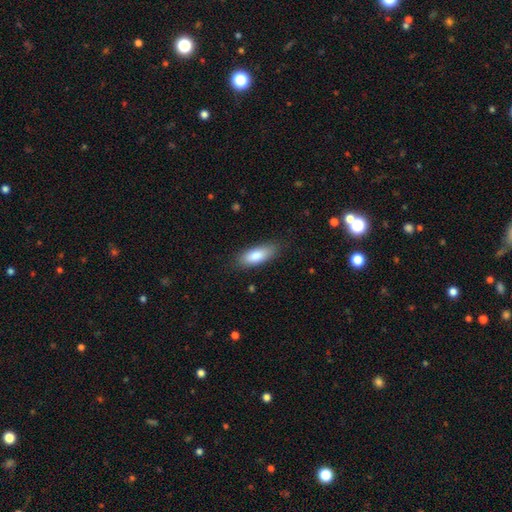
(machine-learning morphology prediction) This appears to be a smooth galaxy with no disk features (84%) that is in between round and cigar-shaped (74%). Merging: none (82%).